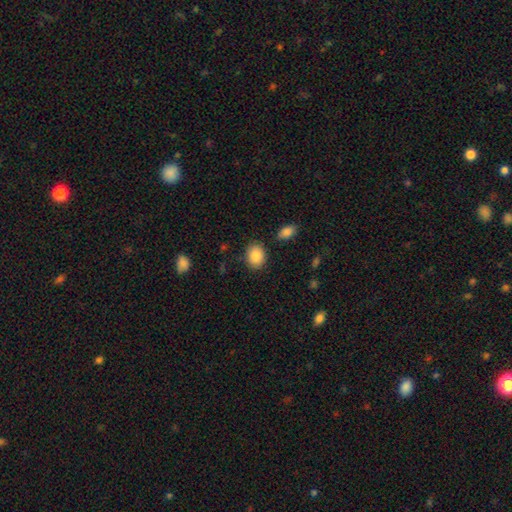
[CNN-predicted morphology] This is clearly a smooth galaxy (88%). How rounded: possibly in between (59%). Merging: clearly none (84%).